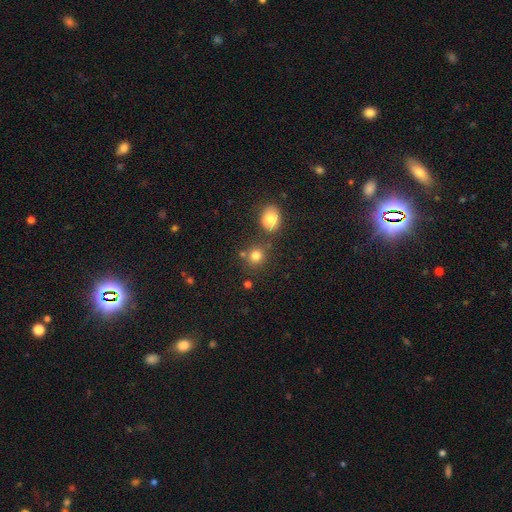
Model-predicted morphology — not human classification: A smooth galaxy with no disk features (79%) that is round (83%).

Vote fractions:
- Smooth or featured? smooth: 79% / star or artifact: 14% / featured or disk: 7%
- How rounded? round: 83% / in between: 16% / cigar-shaped: 1%
- Merging? none: 75% / merger: 12% / minor disturbance: 10% / major disturbance: 3%